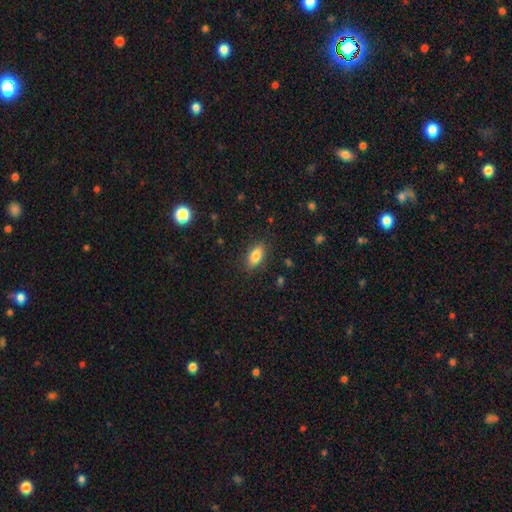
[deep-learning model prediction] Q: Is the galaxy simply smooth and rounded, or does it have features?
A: smooth — 82%.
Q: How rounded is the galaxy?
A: in between — 87%.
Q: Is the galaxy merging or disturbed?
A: none — 85%.